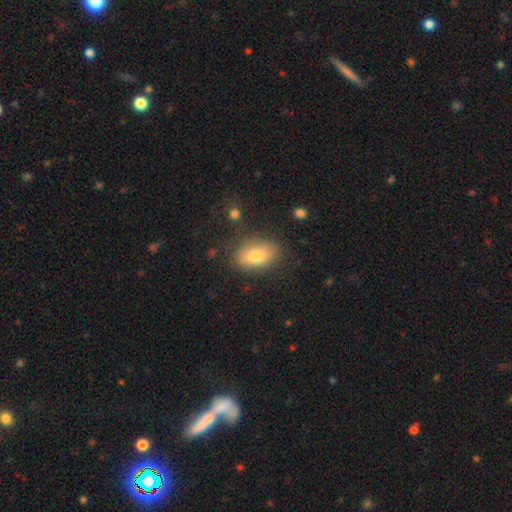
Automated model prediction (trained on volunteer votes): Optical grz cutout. It shows a smooth galaxy with no disk features (78%) that is in between round and cigar-shaped (89%). Merging: none (81%).